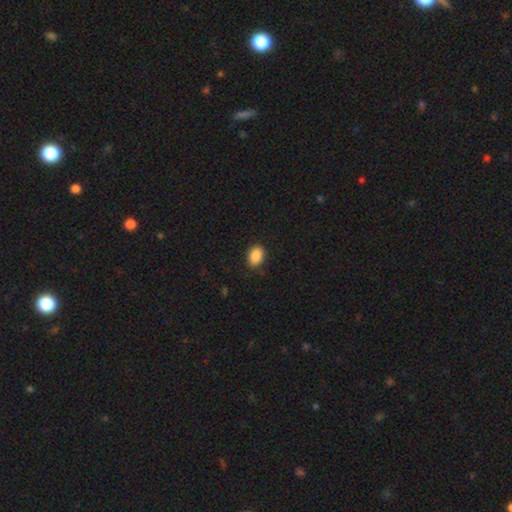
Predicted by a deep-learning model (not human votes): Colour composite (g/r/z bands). It shows a smooth galaxy with no disk features (89%) that is in between round and cigar-shaped (82%). Merging: none (86%).